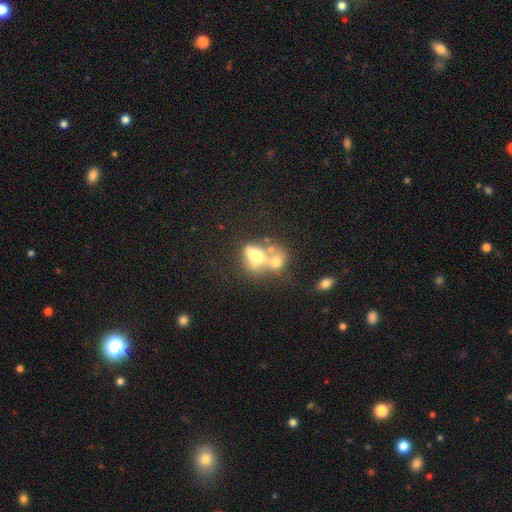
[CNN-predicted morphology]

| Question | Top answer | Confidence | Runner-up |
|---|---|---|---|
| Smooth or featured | smooth | 56% | featured or disk (32%) |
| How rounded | in between | 69% | round (26%) |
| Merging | merger | 67% | none (16%) |